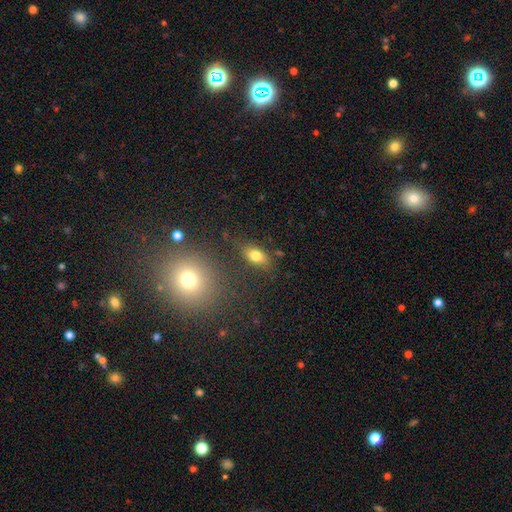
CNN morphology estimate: smooth_or_featured: smooth (p=0.78) [alt: featured or disk p=0.11]
how_rounded: in between (p=0.84) [alt: round p=0.10]
merging: none (p=0.76) [alt: minor disturbance p=0.15]